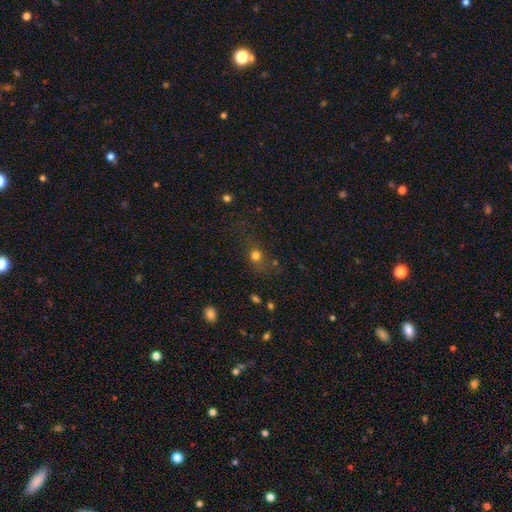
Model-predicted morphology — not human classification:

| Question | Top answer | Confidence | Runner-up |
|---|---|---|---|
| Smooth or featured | smooth | 69% | star or artifact (21%) |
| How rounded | round | 67% | in between (29%) |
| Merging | none | 62% | minor disturbance (18%) |